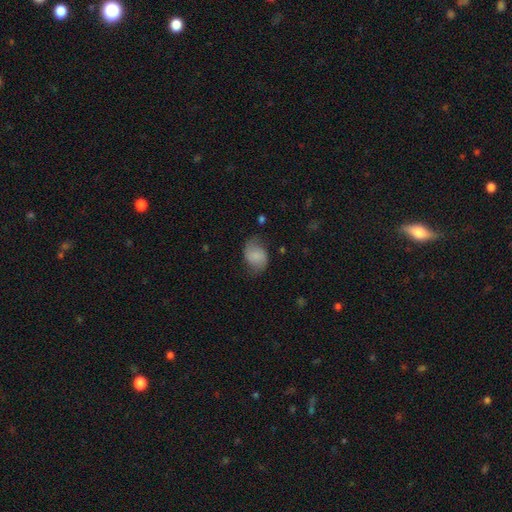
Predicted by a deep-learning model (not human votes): Smooth or featured?
  - smooth: 62% *
  - featured or disk: 29%
  - star or artifact: 8%
How rounded?
  - in between: 70% *
  - round: 29%
  - cigar-shaped: 1%
Merging?
  - none: 62% *
  - minor disturbance: 26%
  - major disturbance: 11%
  - merger: 2%